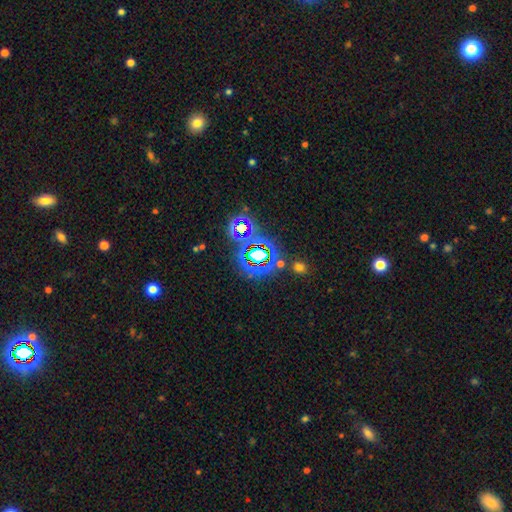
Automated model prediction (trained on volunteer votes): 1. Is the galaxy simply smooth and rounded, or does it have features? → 73% star or artifact, 16% smooth, 11% featured or disk.